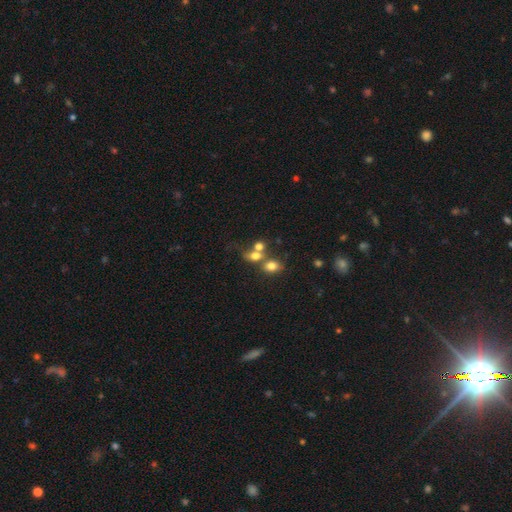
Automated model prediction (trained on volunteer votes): Morphology: type=smooth (72%); roundness=round (52%); merging=merger (50%).